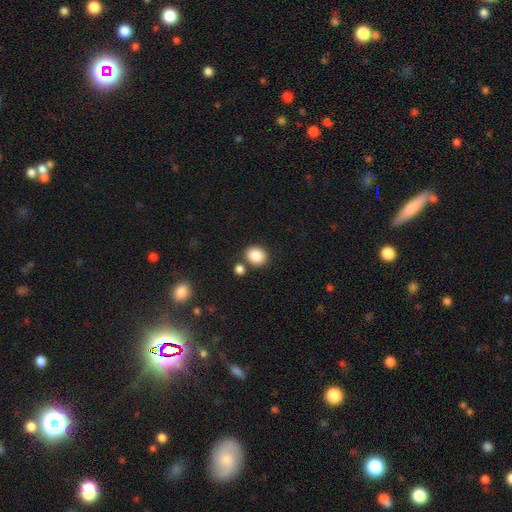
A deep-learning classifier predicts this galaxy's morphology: A smooth galaxy with no disk features (87%) that is round (61%). Merging: none (76%).